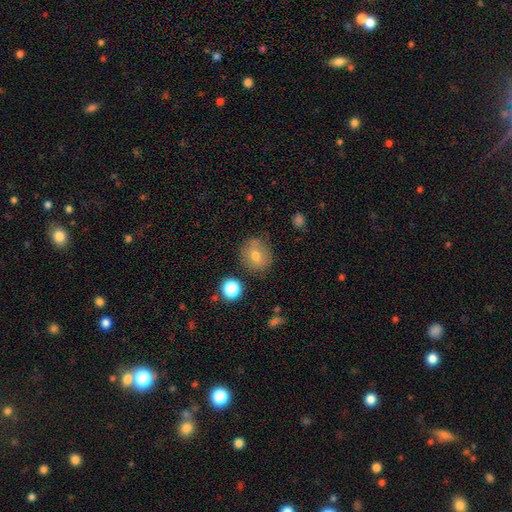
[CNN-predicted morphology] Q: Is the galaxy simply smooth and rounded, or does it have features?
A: smooth — 70%.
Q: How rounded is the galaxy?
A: round — 78%.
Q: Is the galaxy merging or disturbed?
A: none — 76%.